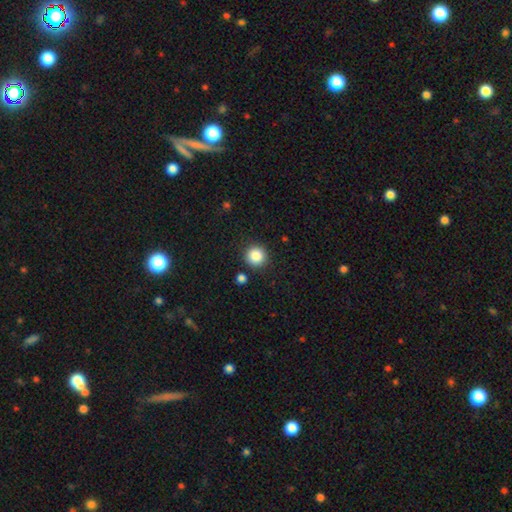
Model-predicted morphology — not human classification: type=smooth (86%); roundness=round (94%); merging=none (88%).